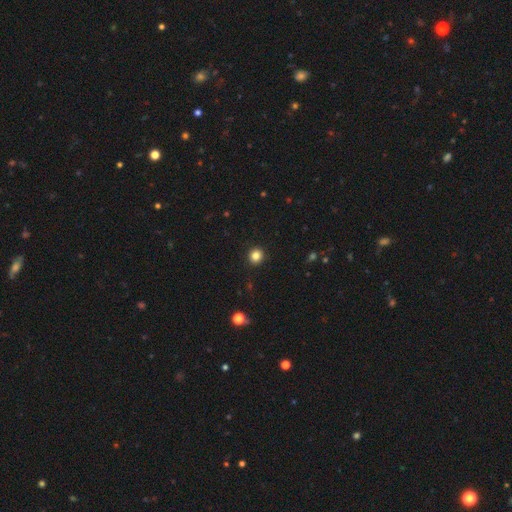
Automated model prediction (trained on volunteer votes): smooth 83%, star or artifact 12%, featured or disk 5%. Down the decision tree: how rounded — round (91%); merging — none (93%).